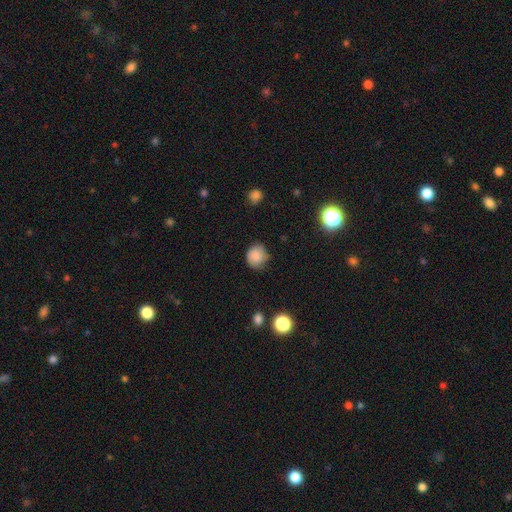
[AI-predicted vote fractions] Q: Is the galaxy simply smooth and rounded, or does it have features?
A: smooth — 84%.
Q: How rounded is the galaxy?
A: round — 83%.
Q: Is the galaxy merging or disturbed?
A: none — 72%.